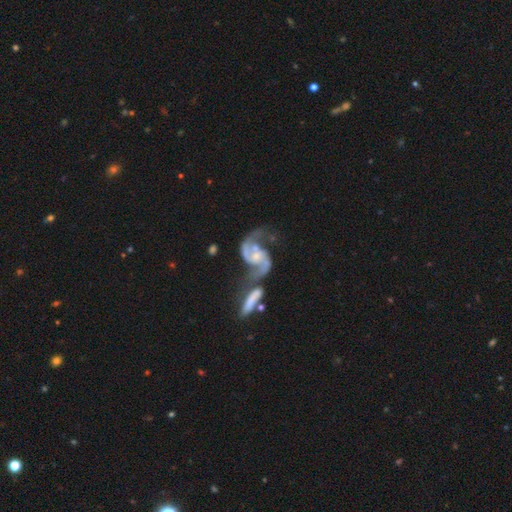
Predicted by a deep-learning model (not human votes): Q: Smooth or featured?
A: featured or disk (91%); runner-up: smooth (5%)
Q: Edge-on disk?
A: no (97%); runner-up: yes (3%)
Q: Bar?
A: no (51%); runner-up: weak (37%)
Q: Spiral arms?
A: yes (97%); runner-up: no (3%)
Q: Spiral winding?
A: loose (51%); runner-up: medium (41%)
Q: Spiral arm count?
A: 2 (93%); runner-up: can't tell (2%)
Q: Bulge size?
A: small (55%); runner-up: moderate (30%)
Q: Merging?
A: merger (38%); runner-up: none (34%)